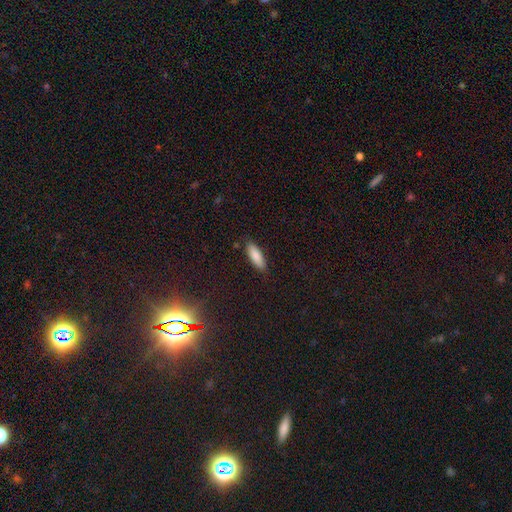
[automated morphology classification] type=smooth (85%); roundness=in between (54%); merging=none (86%).